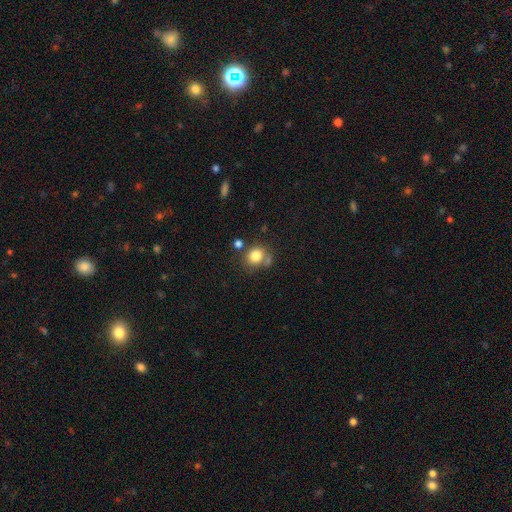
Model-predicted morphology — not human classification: Smooth or featured?
  - smooth: 81% *
  - star or artifact: 11%
  - featured or disk: 8%
How rounded?
  - round: 73% *
  - in between: 26%
  - cigar-shaped: 1%
Merging?
  - none: 64% *
  - merger: 16%
  - minor disturbance: 14%
  - major disturbance: 5%